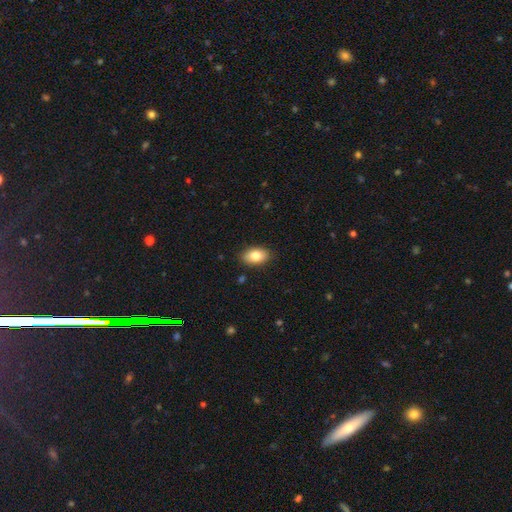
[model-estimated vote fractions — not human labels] This is clearly a smooth galaxy (82%). How rounded: clearly in between (91%). Merging: clearly none (87%).